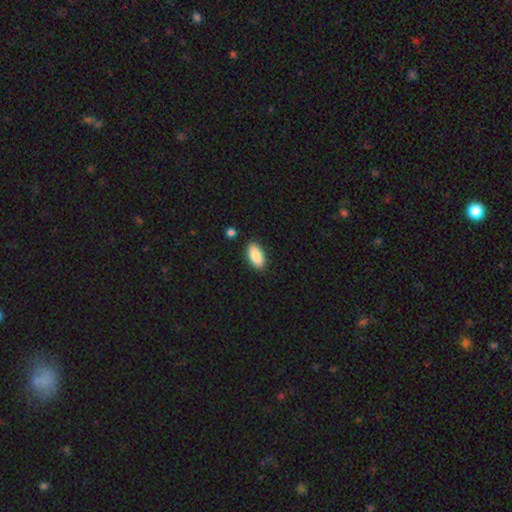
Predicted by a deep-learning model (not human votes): A smooth galaxy with no disk features (89%) that is in between round and cigar-shaped (91%).

Vote fractions:
- Smooth or featured? smooth: 89% / star or artifact: 6% / featured or disk: 5%
- How rounded? in between: 91% / cigar-shaped: 7% / round: 2%
- Merging? none: 87% / minor disturbance: 9% / major disturbance: 2% / merger: 2%